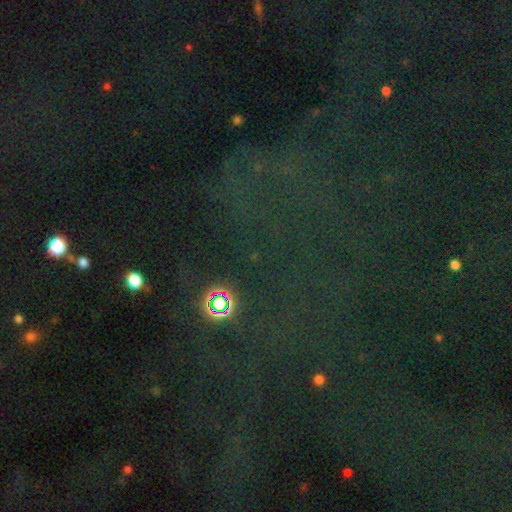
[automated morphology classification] Smooth or featured?
  - star or artifact: 74% *
  - smooth: 16%
  - featured or disk: 11%